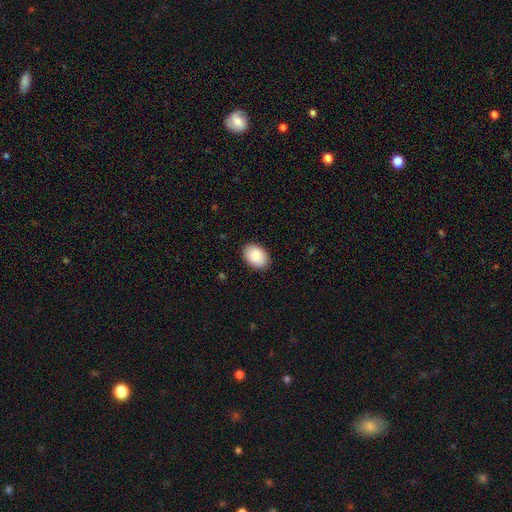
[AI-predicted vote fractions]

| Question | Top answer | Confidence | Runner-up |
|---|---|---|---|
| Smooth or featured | smooth | 87% | featured or disk (7%) |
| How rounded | in between | 84% | round (15%) |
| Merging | none | 89% | minor disturbance (8%) |